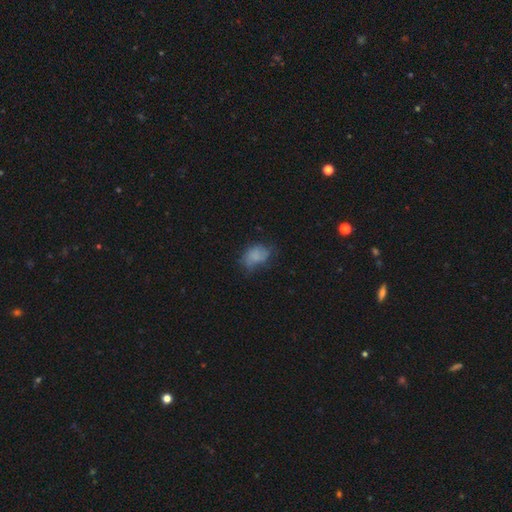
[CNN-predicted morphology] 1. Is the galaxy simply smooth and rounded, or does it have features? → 74% smooth, 14% featured or disk, 12% star or artifact.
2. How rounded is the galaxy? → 79% in between, 20% round, 1% cigar-shaped.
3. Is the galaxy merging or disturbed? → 49% none, 32% minor disturbance, 17% major disturbance, 2% merger.